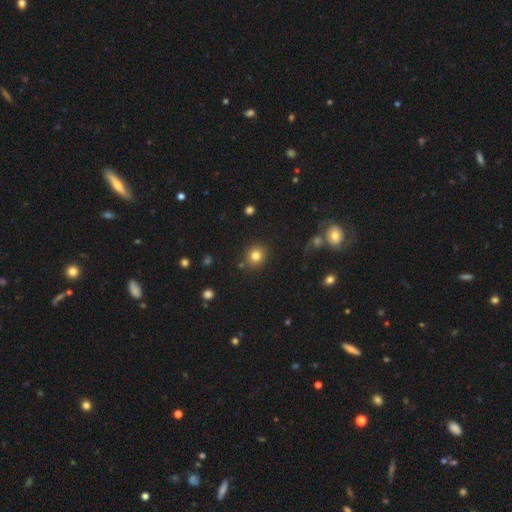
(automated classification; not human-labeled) Morphology: type=smooth (80%); roundness=round (86%); merging=none (86%).